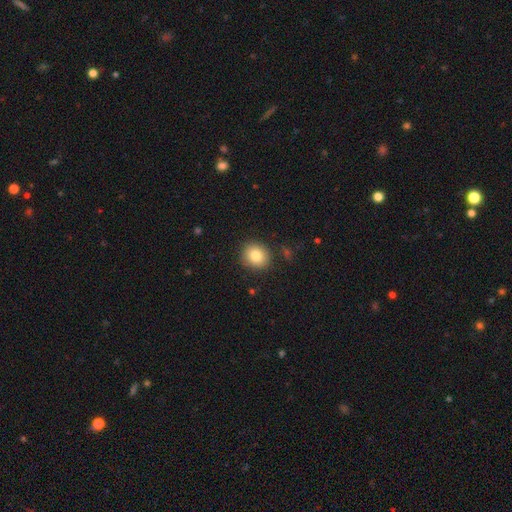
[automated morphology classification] type=smooth (82%); roundness=round (82%); merging=none (88%).